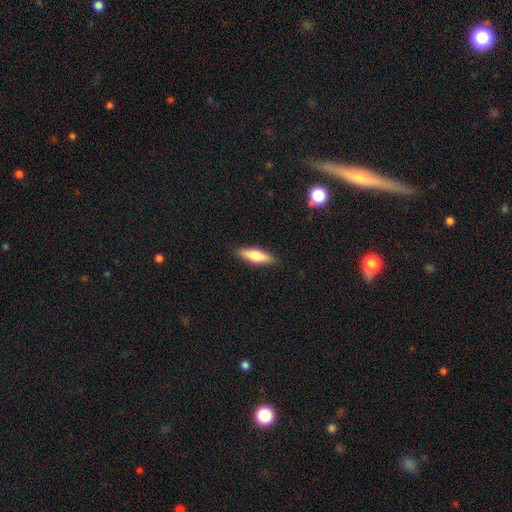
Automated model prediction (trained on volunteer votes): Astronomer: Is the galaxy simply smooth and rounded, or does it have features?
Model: smooth — 66%.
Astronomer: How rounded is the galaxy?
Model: cigar-shaped — 59% (runner-up: in between, 39%).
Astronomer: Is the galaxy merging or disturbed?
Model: none — 89%.